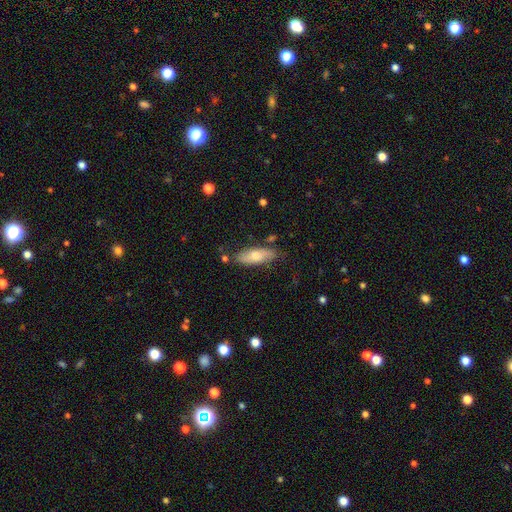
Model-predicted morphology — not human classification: smooth-or-featured: smooth: 63% | featured or disk: 31% | star or artifact: 7%
  how-rounded: in between: 65% | cigar-shaped: 33% | round: 3%
  merging: none: 77% | minor disturbance: 17% | major disturbance: 3% | merger: 3%